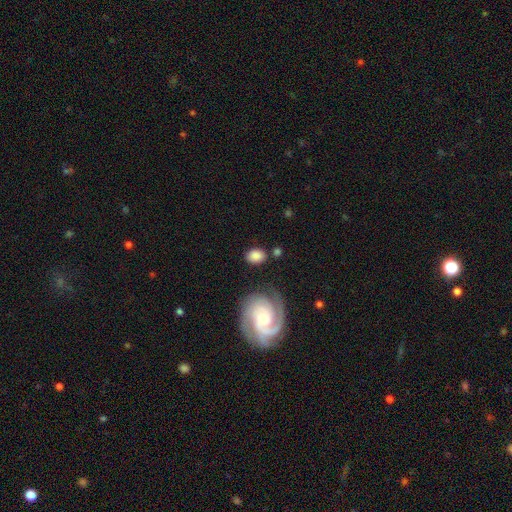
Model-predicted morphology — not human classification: smooth-or-featured: smooth: 80% | featured or disk: 13% | star or artifact: 7%
  how-rounded: in between: 68% | round: 30% | cigar-shaped: 1%
  merging: none: 76% | minor disturbance: 13% | major disturbance: 5% | merger: 5%